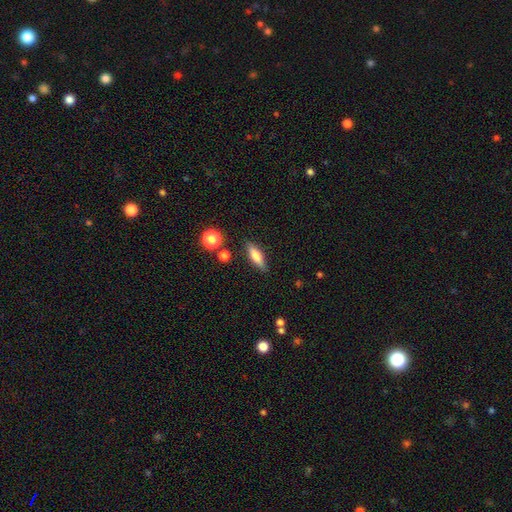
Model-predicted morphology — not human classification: smooth-or-featured: smooth: 62% | featured or disk: 30% | star or artifact: 8%
  how-rounded: cigar-shaped: 57% | in between: 39% | round: 4%
  merging: none: 84% | minor disturbance: 10% | merger: 3% | major disturbance: 3%